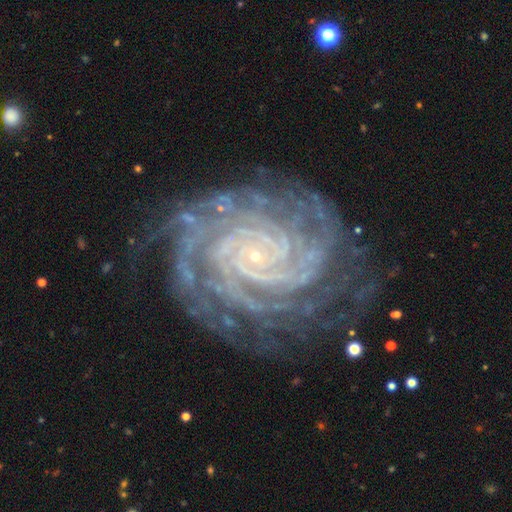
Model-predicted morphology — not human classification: Q: Smooth or featured?
A: featured or disk (92%); runner-up: star or artifact (5%)
Q: Edge-on disk?
A: no (98%); runner-up: yes (2%)
Q: Bar?
A: no (70%); runner-up: weak (20%)
Q: Spiral arms?
A: yes (99%); runner-up: no (1%)
Q: Spiral winding?
A: tight (85%); runner-up: medium (13%)
Q: Spiral arm count?
A: more than 4 (22%); runner-up: 4 (21%)
Q: Bulge size?
A: small (90%); runner-up: moderate (5%)
Q: Merging?
A: none (77%); runner-up: minor disturbance (16%)